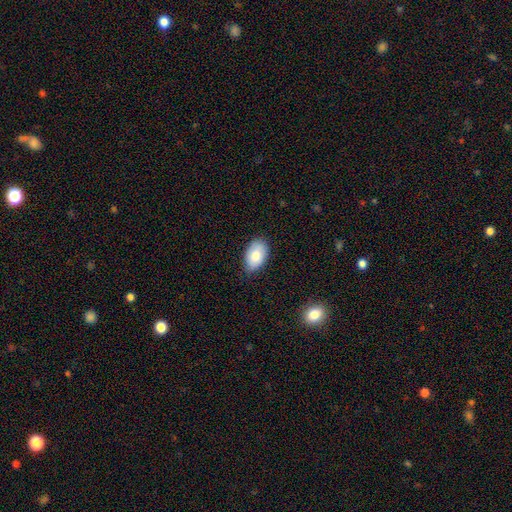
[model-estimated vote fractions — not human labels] smooth_or_featured: smooth (p=0.79) [alt: featured or disk p=0.14]
how_rounded: in between (p=0.91) [alt: round p=0.08]
merging: none (p=0.74) [alt: minor disturbance p=0.22]